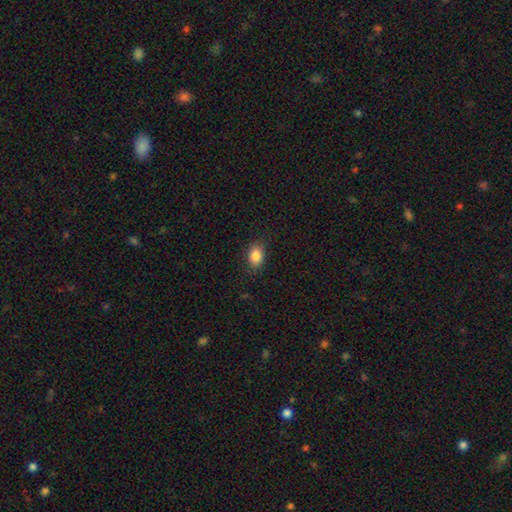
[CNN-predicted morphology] Smooth or featured: smooth — 86% (star or artifact — 9%)
How rounded: in between — 80% (round — 18%)
Merging: none — 84% (minor disturbance — 12%)